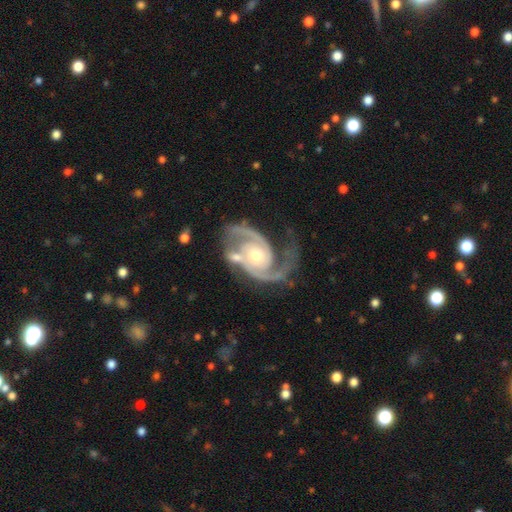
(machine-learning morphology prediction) The model was most divided on "spiral winding": medium: 53%, tight: 35%, loose: 11%. More confident: spiral arms — yes (98%); edge-on disk — no (98%); smooth or featured — featured or disk (93%); spiral arm count — 2 (88%); bar — no (65%); bulge size — moderate (62%); merging — none (57%).